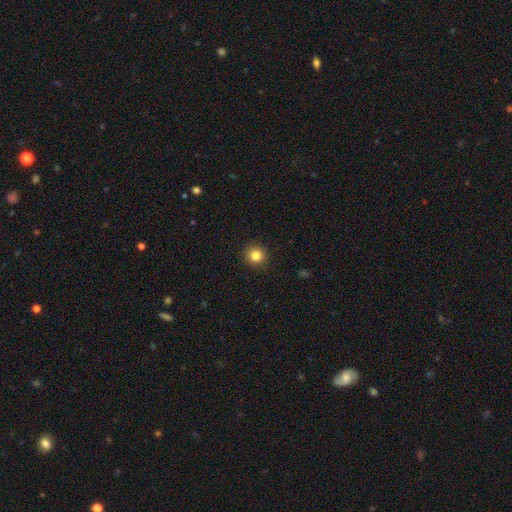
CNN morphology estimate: smooth-or-featured: smooth: 83% | star or artifact: 11% | featured or disk: 5%
  how-rounded: round: 93% | in between: 6% | cigar-shaped: 1%
  merging: none: 92% | minor disturbance: 5% | major disturbance: 2% | merger: 1%